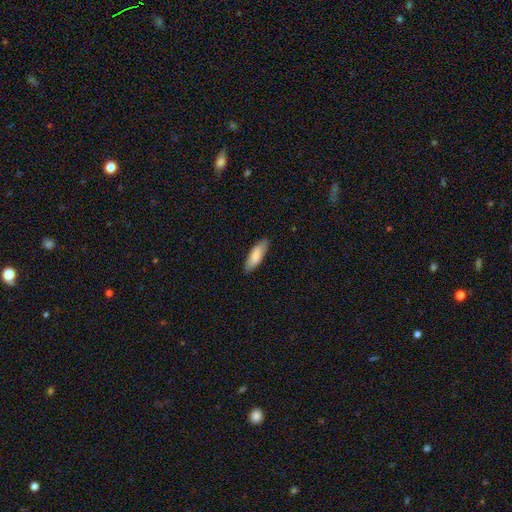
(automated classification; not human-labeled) The model was most divided on "how rounded": in between: 62%, cigar-shaped: 37%, round: 1%. More confident: merging — none (84%); smooth or featured — smooth (78%).